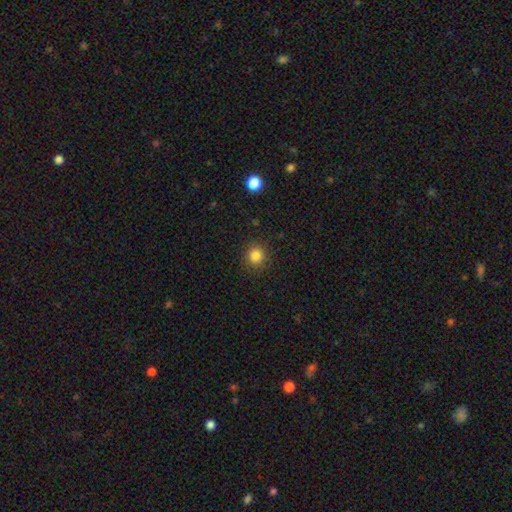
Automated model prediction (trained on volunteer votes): This appears to be a smooth galaxy with no disk features (83%) that is round (92%). Merging: none (90%).